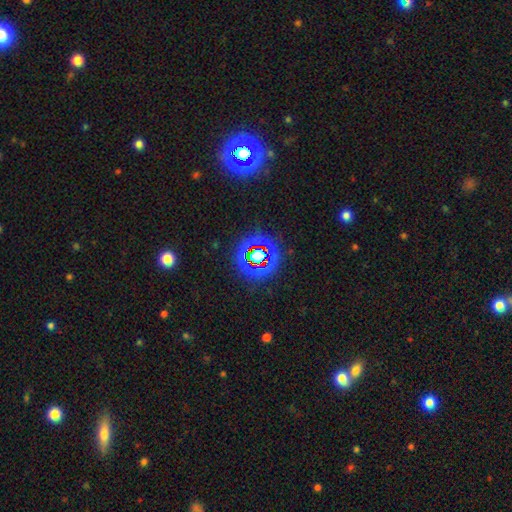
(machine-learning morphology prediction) Smooth or featured? Predicted: star or artifact (p=0.78).